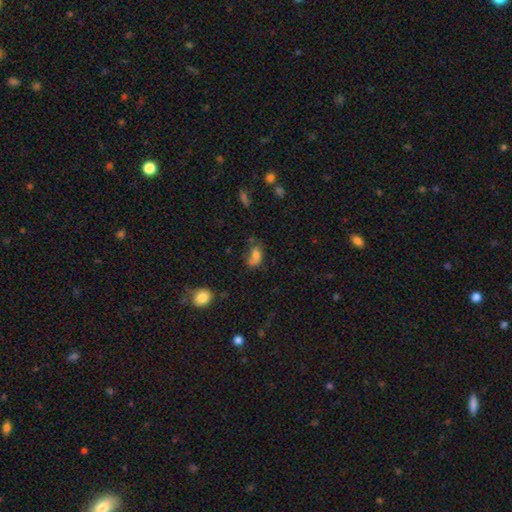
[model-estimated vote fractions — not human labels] Smooth or featured?
  - smooth: 68% *
  - featured or disk: 20%
  - star or artifact: 13%
How rounded?
  - in between: 81% *
  - round: 16%
  - cigar-shaped: 3%
Merging?
  - none: 38% *
  - minor disturbance: 29%
  - major disturbance: 22%
  - merger: 12%